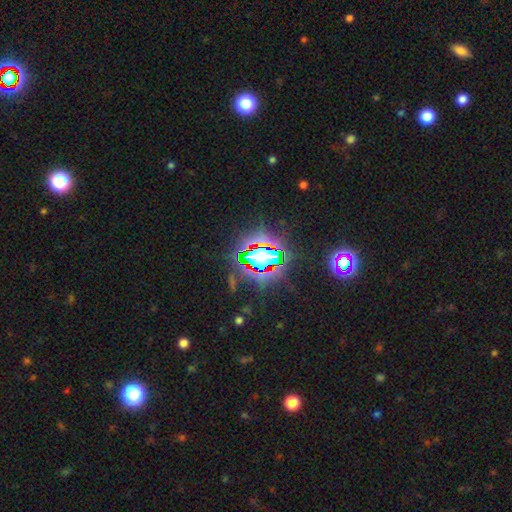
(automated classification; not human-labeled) smooth-or-featured: star or artifact: 80% | smooth: 11% | featured or disk: 9%